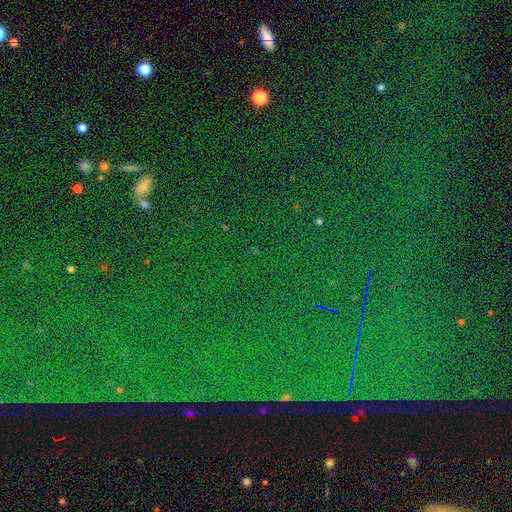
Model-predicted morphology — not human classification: Q: Smooth or featured?
A: star or artifact (84%); runner-up: smooth (8%)